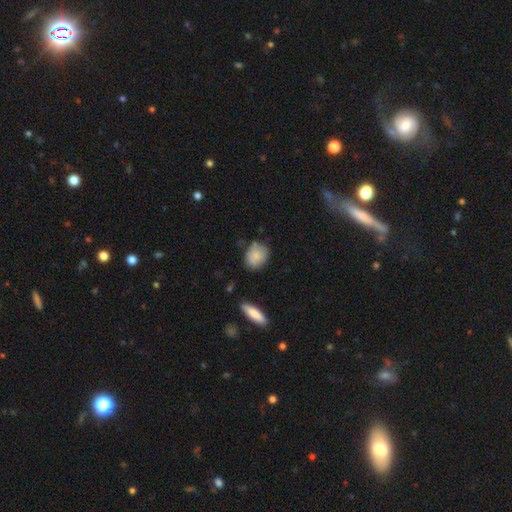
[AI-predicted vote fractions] Smooth or featured? smooth (84%)
How rounded? in between (53%)
Merging? none (70%)